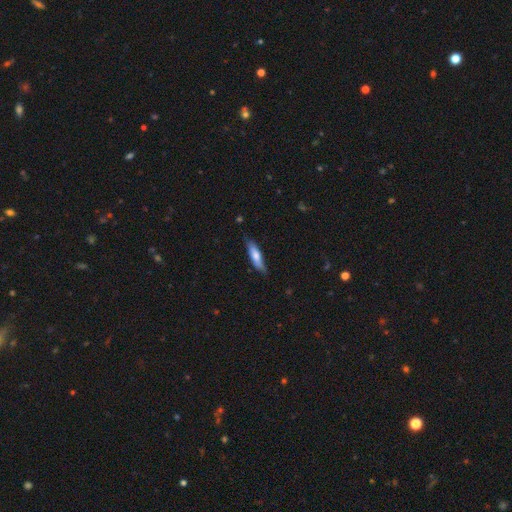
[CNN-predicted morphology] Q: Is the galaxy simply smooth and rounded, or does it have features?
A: smooth — 65%.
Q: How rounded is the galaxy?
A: cigar-shaped — 73%.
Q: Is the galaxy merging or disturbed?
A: none — 76%.